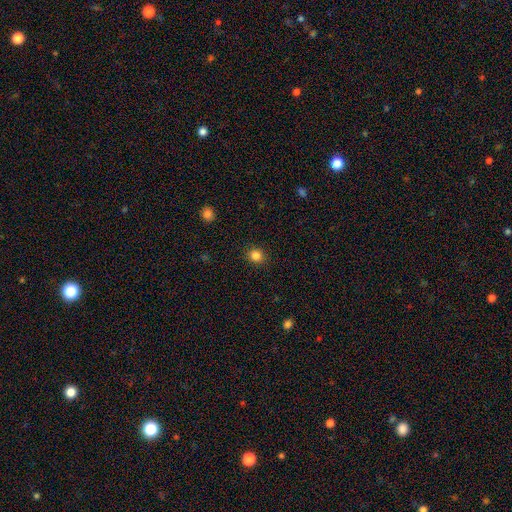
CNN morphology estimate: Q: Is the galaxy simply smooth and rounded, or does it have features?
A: smooth — 84%.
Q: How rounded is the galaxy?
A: round — 83%.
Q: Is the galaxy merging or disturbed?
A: none — 91%.